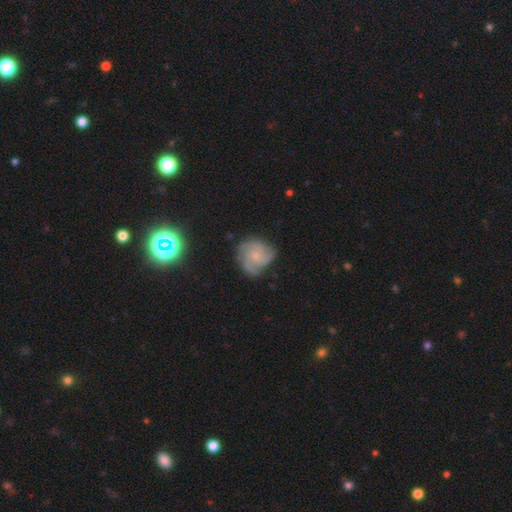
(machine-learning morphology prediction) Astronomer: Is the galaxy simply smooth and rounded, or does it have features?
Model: featured or disk — 77%.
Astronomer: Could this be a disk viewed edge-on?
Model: no — 98%.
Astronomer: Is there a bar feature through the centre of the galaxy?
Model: no — 73%.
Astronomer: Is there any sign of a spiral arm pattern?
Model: yes — 96%.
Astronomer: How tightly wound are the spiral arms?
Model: tight — 48% (runner-up: medium, 42%).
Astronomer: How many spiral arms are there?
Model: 3 — 49%.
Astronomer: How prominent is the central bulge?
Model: small — 59%.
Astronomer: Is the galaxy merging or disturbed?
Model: none — 72%.